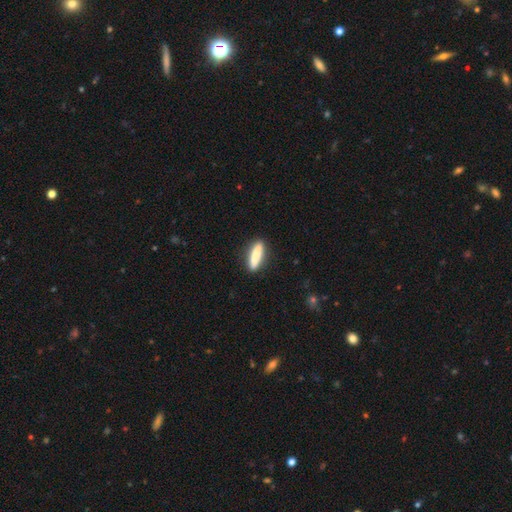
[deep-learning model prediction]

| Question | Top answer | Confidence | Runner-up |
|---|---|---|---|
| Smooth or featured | smooth | 80% | featured or disk (14%) |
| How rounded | cigar-shaped | 76% | in between (23%) |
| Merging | none | 89% | minor disturbance (8%) |